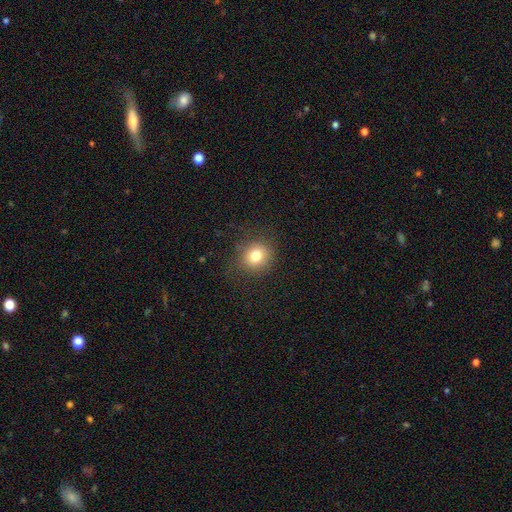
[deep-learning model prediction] Overall: smooth (78%). How rounded: round (85%). Merging: none (85%).